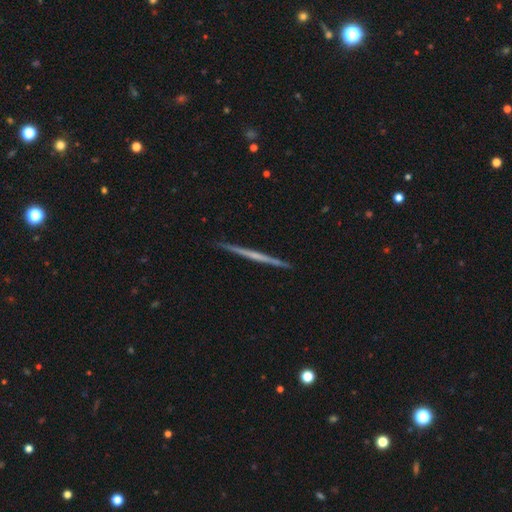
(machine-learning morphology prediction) The model was most divided on "smooth or featured": featured or disk: 69%, smooth: 26%, star or artifact: 5%. More confident: edge-on disk — yes (98%); merging — none (92%); edge-on bulge — none (73%).